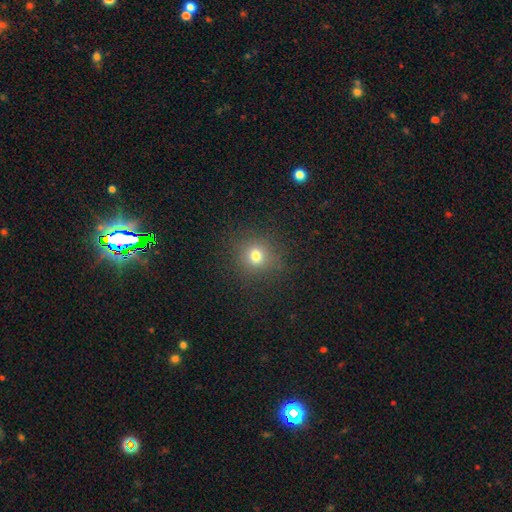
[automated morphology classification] A smooth galaxy with no disk features (73%) that is round (88%). Merging: none (87%).